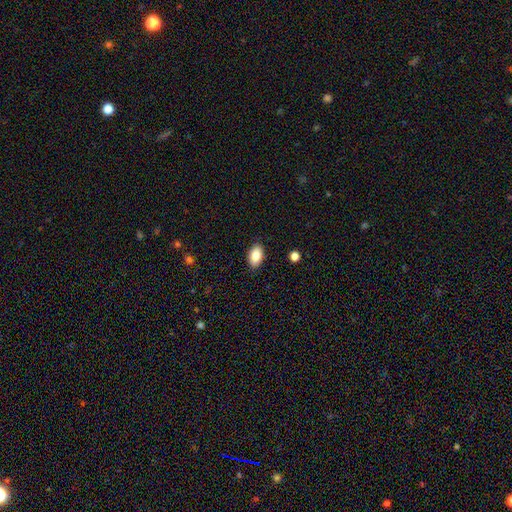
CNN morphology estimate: This appears to be a smooth galaxy with no disk features (86%) that is in between round and cigar-shaped (92%). Merging: none (88%).